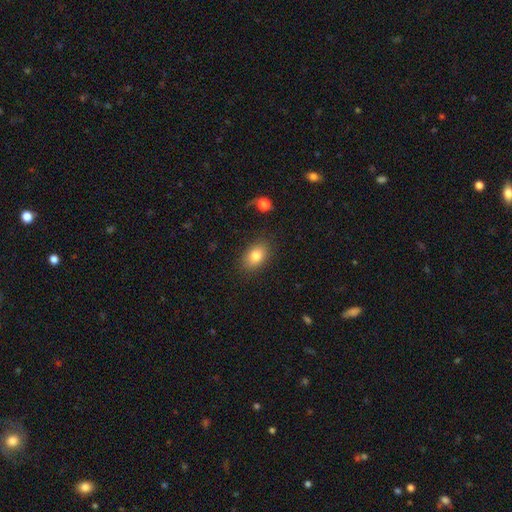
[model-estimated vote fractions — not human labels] Smooth or featured? Predicted: smooth (p=0.80). How rounded? Predicted: in between (p=0.80). Merging? Predicted: none (p=0.85).